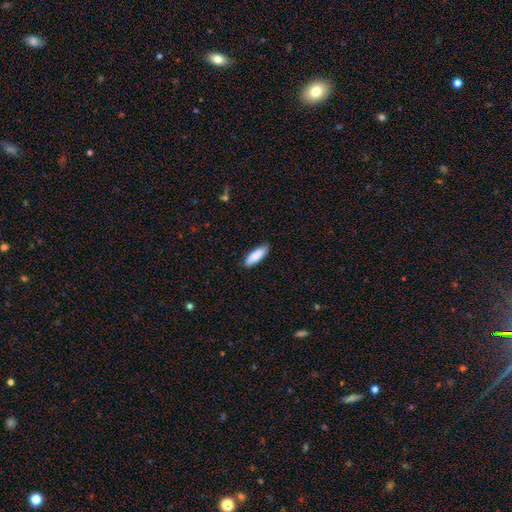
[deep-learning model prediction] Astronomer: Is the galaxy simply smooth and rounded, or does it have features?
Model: smooth — 85%.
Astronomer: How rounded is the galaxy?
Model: in between — 60% (runner-up: cigar-shaped, 38%).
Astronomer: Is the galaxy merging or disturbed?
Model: none — 82%.